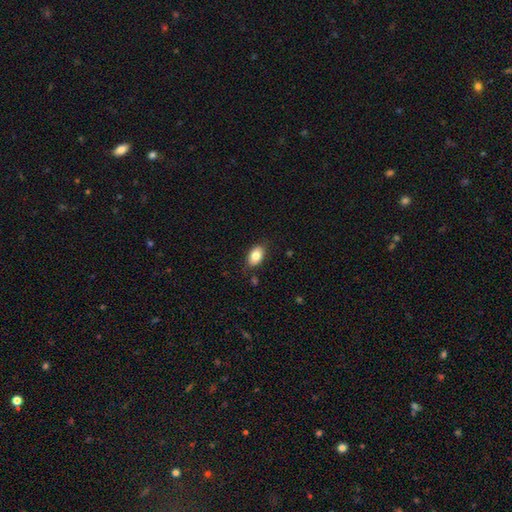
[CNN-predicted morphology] smooth_or_featured: smooth (p=0.83) [alt: featured or disk p=0.10]
how_rounded: in between (p=0.90) [alt: round p=0.09]
merging: none (p=0.82) [alt: minor disturbance p=0.13]